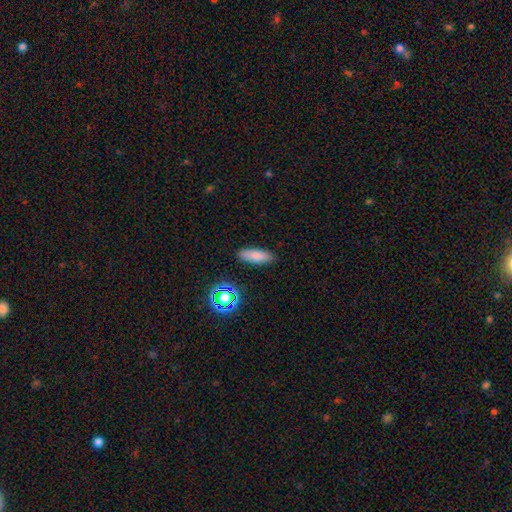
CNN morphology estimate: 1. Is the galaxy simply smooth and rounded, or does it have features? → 79% smooth, 11% star or artifact, 10% featured or disk.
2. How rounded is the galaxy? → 60% in between, 38% cigar-shaped, 3% round.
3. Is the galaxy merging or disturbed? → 86% none, 10% minor disturbance, 2% major disturbance, 2% merger.